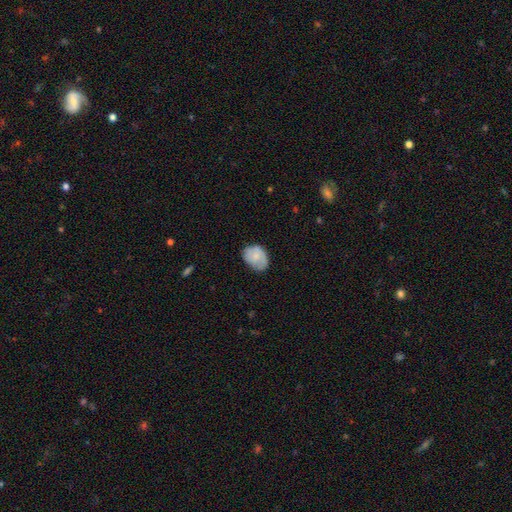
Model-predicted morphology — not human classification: A smooth galaxy with no disk features (73%) that is in between round and cigar-shaped (69%).

Vote fractions:
- Smooth or featured? smooth: 73% / featured or disk: 20% / star or artifact: 7%
- How rounded? in between: 69% / round: 30% / cigar-shaped: 1%
- Merging? none: 63% / minor disturbance: 29% / major disturbance: 7% / merger: 1%